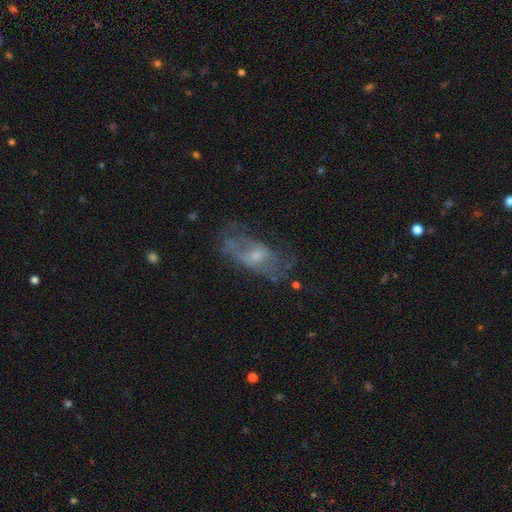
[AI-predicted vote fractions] This is possibly a featured or disk galaxy (56%). It is clearly not viewed edge-on (91%). Bar: likely no (66%). Spiral arm pattern: possibly no (55%). Central bulge: possibly small (56%). Merging: possibly none (47%).